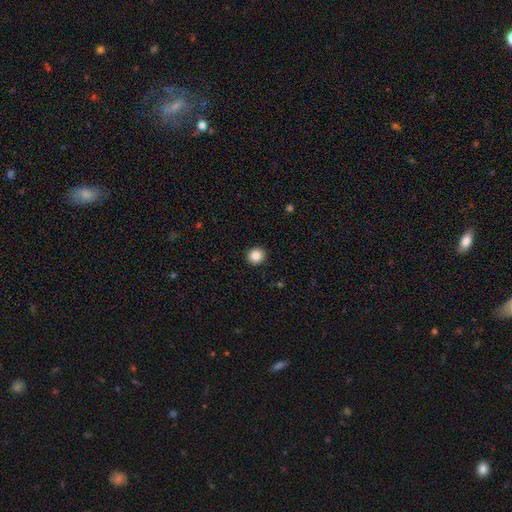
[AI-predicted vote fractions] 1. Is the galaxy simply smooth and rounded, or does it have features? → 87% smooth, 10% star or artifact, 3% featured or disk.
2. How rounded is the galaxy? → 93% round, 6% in between, 1% cigar-shaped.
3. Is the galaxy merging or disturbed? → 92% none, 5% minor disturbance, 2% major disturbance, 1% merger.